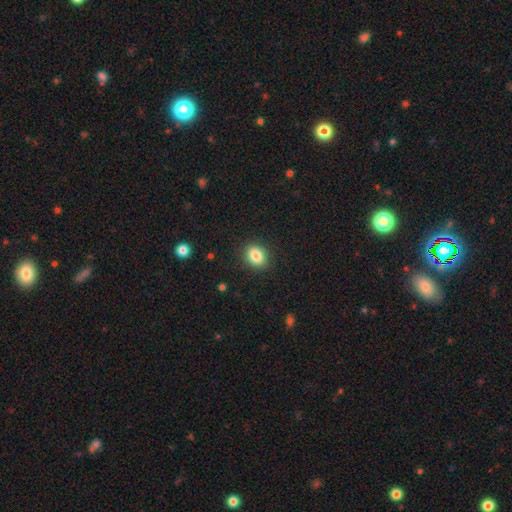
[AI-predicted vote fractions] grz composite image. It shows a smooth galaxy with no disk features (84%) that is in between round and cigar-shaped (53%). Merging: none (89%).